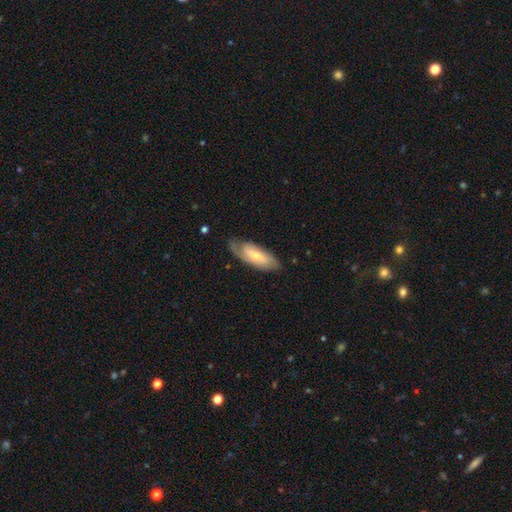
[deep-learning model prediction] Overall: featured or disk (57%; smooth 38%). Edge-on disk: no (87%). Merging: none (67%).